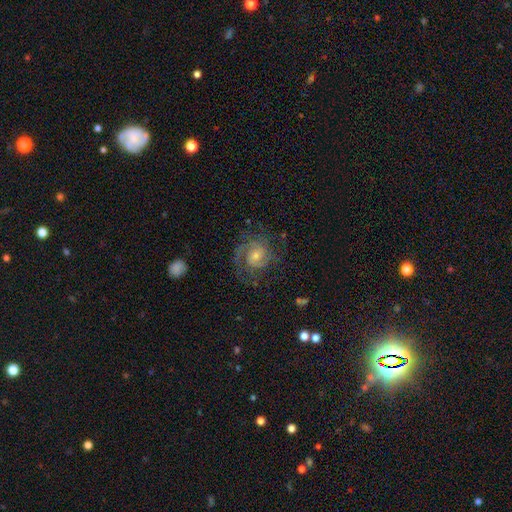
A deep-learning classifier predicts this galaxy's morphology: type=featured or disk (82%); edge-on=no (98%); bar=no (55%); spiral arms=yes (95%); winding=tight (45%); arm count=2 (50%); bulge=small (58%); merging=none (70%).